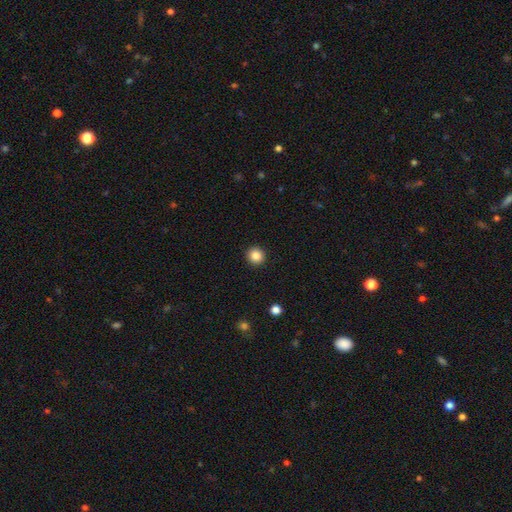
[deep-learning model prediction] The model was most divided on "smooth or featured": smooth: 85%, star or artifact: 11%, featured or disk: 4%. More confident: how rounded — round (94%); merging — none (93%).